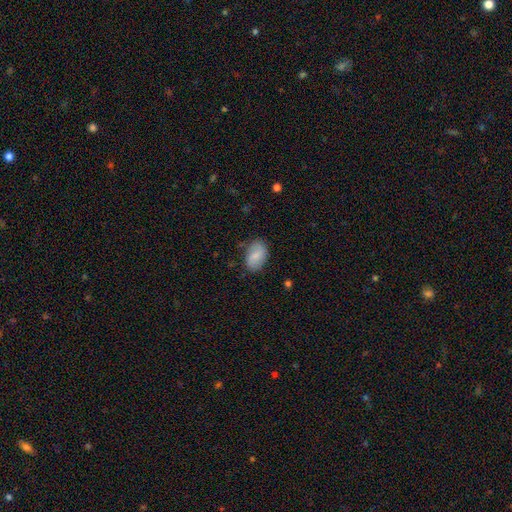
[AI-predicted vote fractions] A smooth galaxy with no disk features (77%) that is in between round and cigar-shaped (90%).

Vote fractions:
- Smooth or featured? smooth: 77% / featured or disk: 17% / star or artifact: 7%
- How rounded? in between: 90% / round: 8% / cigar-shaped: 1%
- Merging? none: 74% / minor disturbance: 20% / major disturbance: 4% / merger: 2%